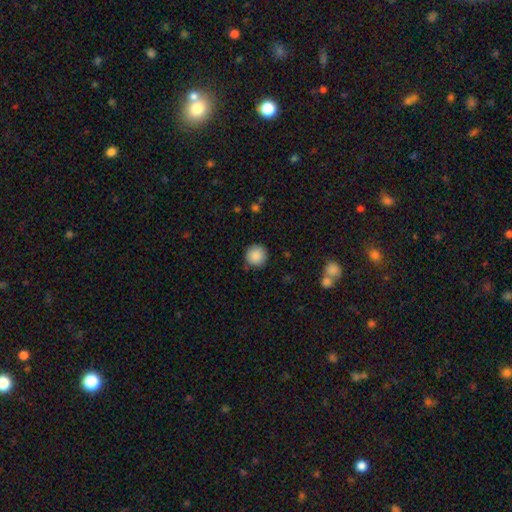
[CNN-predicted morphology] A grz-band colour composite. It shows a smooth galaxy with no disk features (88%) that is round (95%). Merging: none (87%).